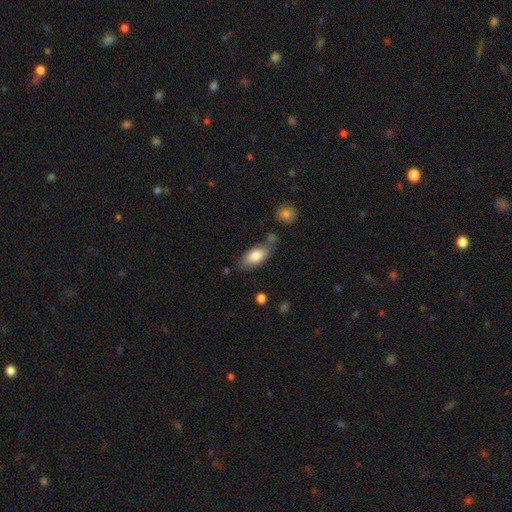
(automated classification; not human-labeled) A smooth galaxy with no disk features (79%) that is in between round and cigar-shaped (89%).

Vote fractions:
- Smooth or featured? smooth: 79% / featured or disk: 15% / star or artifact: 6%
- How rounded? in between: 89% / cigar-shaped: 8% / round: 3%
- Merging? none: 67% / minor disturbance: 19% / merger: 10% / major disturbance: 5%